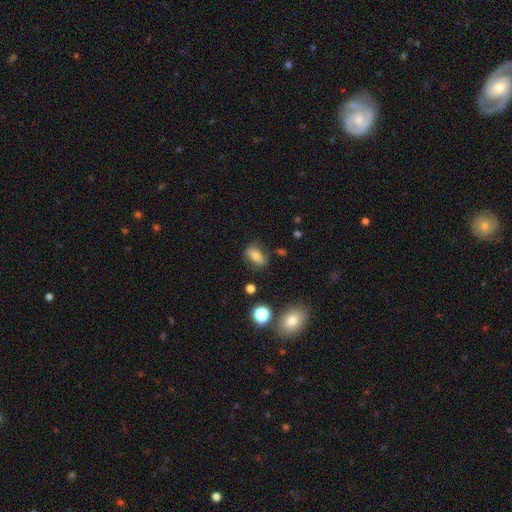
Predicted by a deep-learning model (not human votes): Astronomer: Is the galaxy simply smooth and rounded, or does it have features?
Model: smooth — 66%.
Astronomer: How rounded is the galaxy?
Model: in between — 77%.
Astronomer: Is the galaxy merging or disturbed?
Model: none — 69%.